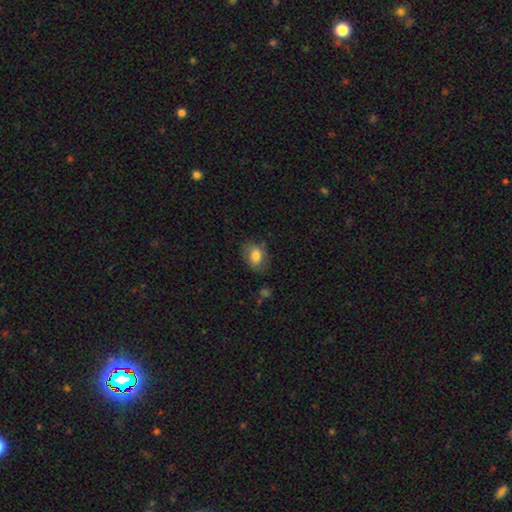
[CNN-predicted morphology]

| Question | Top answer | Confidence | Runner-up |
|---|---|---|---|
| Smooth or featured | smooth | 77% | featured or disk (15%) |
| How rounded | in between | 76% | round (22%) |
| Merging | none | 66% | minor disturbance (23%) |